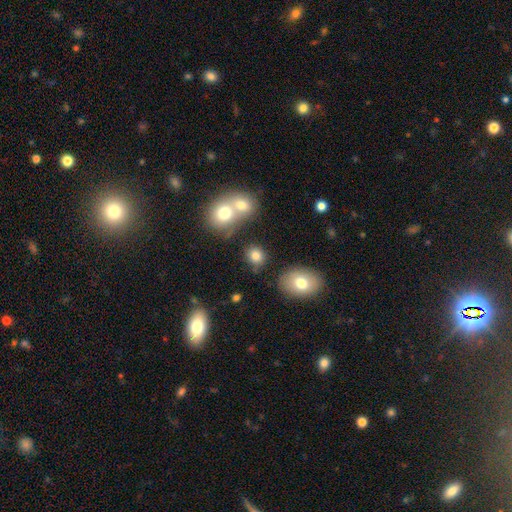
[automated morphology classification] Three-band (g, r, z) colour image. It shows a smooth galaxy with no disk features (80%) that is round (76%). Merging: none (73%).